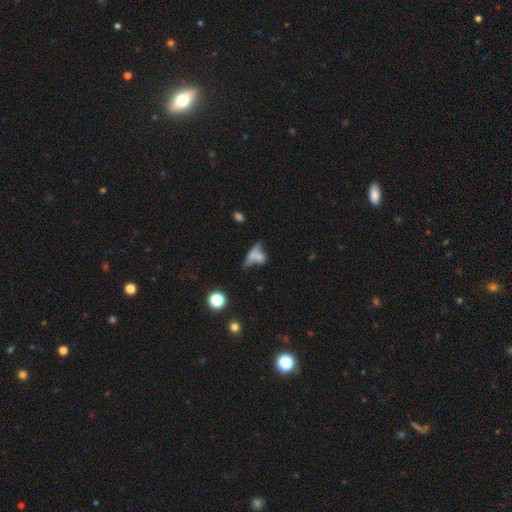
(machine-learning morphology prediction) Smooth or featured: smooth — 58% (featured or disk — 28%)
How rounded: in between — 56% (cigar-shaped — 29%)
Merging: merger — 43% (none — 29%)